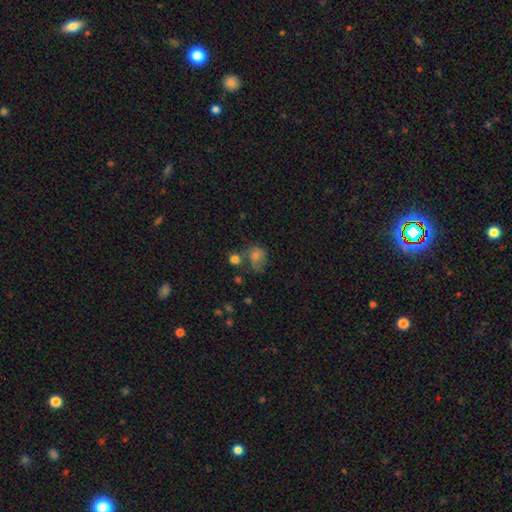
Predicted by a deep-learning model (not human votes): This appears to be a smooth galaxy with no disk features (60%) that is round (66%). Merging: none (41%).